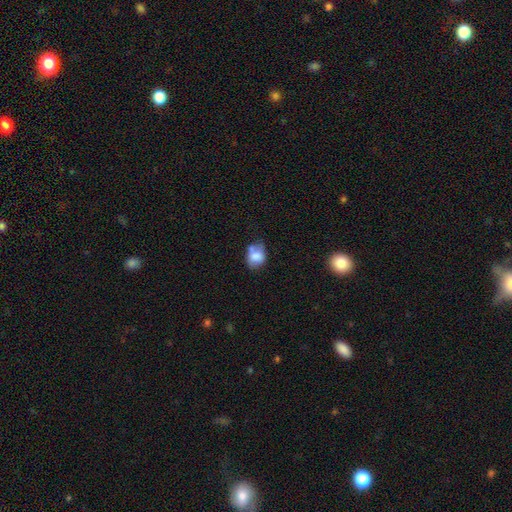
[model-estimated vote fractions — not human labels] Smooth or featured?
  - smooth: 73% *
  - featured or disk: 18%
  - star or artifact: 9%
How rounded?
  - in between: 54% *
  - round: 45%
  - cigar-shaped: 1%
Merging?
  - none: 43% *
  - minor disturbance: 25%
  - merger: 24%
  - major disturbance: 8%